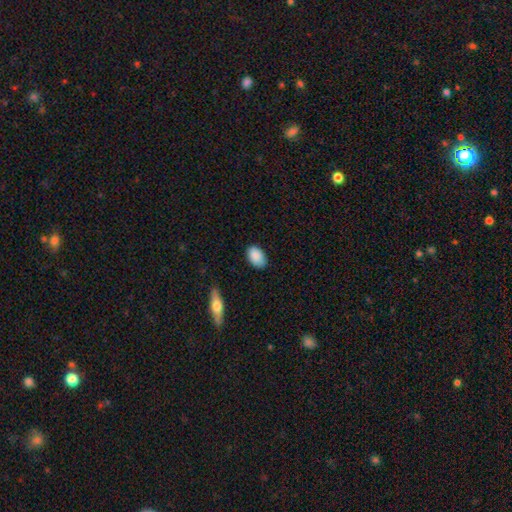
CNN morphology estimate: Smooth or featured?
  - smooth: 88% *
  - star or artifact: 7%
  - featured or disk: 5%
How rounded?
  - in between: 90% *
  - round: 9%
  - cigar-shaped: 1%
Merging?
  - none: 79% *
  - minor disturbance: 17%
  - major disturbance: 3%
  - merger: 1%